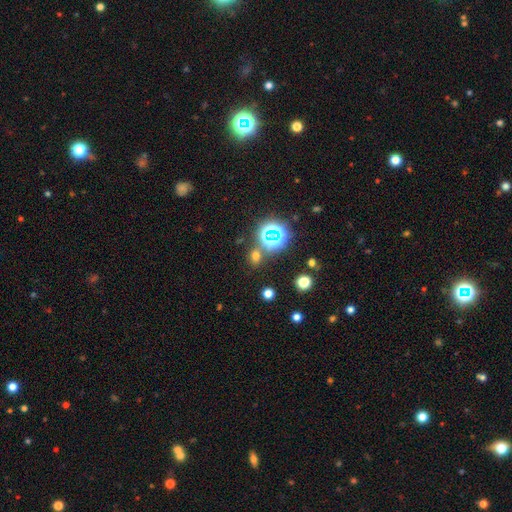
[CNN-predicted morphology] Smooth or featured?
  - smooth: 55% *
  - star or artifact: 38%
  - featured or disk: 7%
How rounded?
  - round: 60% *
  - in between: 38%
  - cigar-shaped: 2%
Merging?
  - none: 76% *
  - merger: 11%
  - minor disturbance: 9%
  - major disturbance: 4%